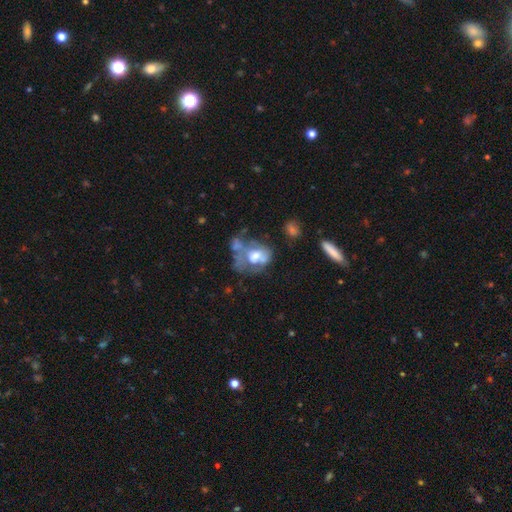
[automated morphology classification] Q: Smooth or featured?
A: featured or disk (46%); runner-up: smooth (44%)
Q: Merging?
A: major disturbance (35%); runner-up: merger (29%)